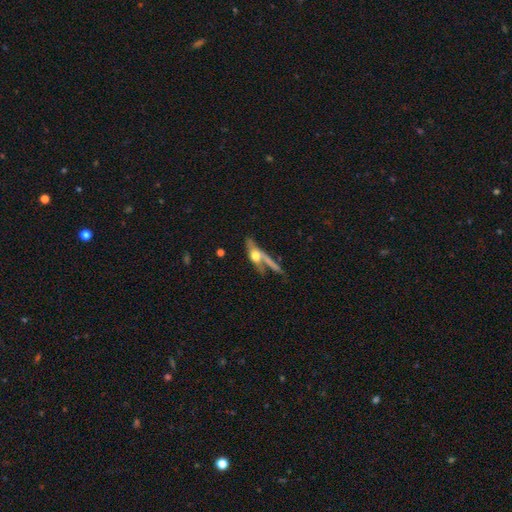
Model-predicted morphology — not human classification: A featured or disk galaxy (50%) viewed edge-on (69%). Merging: none (38%).